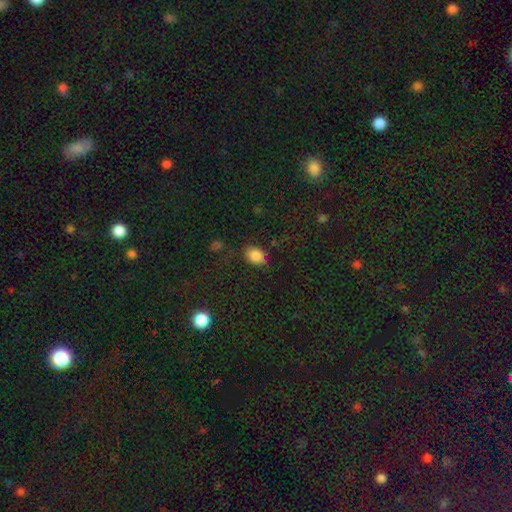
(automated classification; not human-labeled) A smooth galaxy with no disk features (81%) that is in between round and cigar-shaped (72%).

Vote fractions:
- Smooth or featured? smooth: 81% / star or artifact: 11% / featured or disk: 8%
- How rounded? in between: 72% / round: 26% / cigar-shaped: 2%
- Merging? none: 73% / minor disturbance: 20% / major disturbance: 5% / merger: 2%